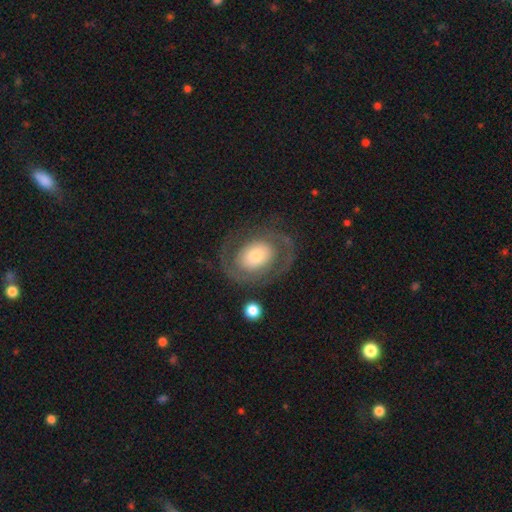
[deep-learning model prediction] Q: Smooth or featured?
A: featured or disk (68%); runner-up: smooth (26%)
Q: Edge-on disk?
A: no (96%); runner-up: yes (4%)
Q: Bar?
A: no (77%); runner-up: weak (17%)
Q: Spiral arms?
A: yes (72%); runner-up: no (28%)
Q: Bulge size?
A: moderate (41%); runner-up: small (26%)
Q: Merging?
A: none (71%); runner-up: minor disturbance (14%)